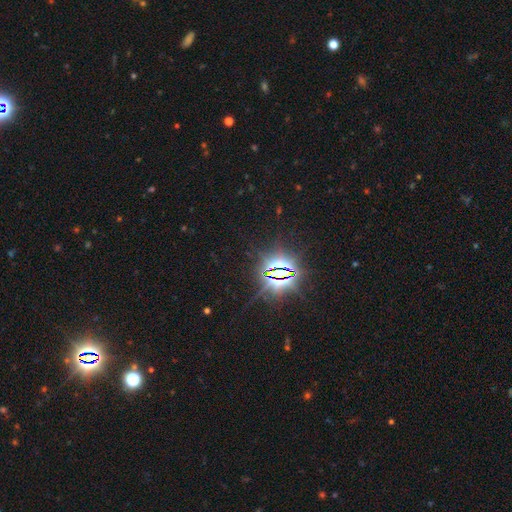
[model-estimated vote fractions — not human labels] star or artifact 82%, smooth 12%, featured or disk 6%.